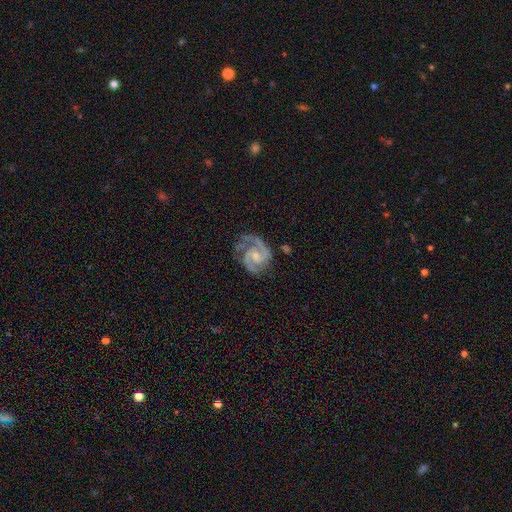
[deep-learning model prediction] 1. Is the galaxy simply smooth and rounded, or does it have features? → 90% featured or disk, 5% smooth, 4% star or artifact.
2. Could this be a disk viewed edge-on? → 98% no, 2% yes.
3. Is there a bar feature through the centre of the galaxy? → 49% no, 43% weak, 9% strong.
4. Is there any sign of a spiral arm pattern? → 98% yes, 2% no.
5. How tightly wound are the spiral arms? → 49% medium, 42% tight, 9% loose.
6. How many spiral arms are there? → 83% 2, 7% 3, 4% can't tell, 3% 1, 1% 4, 1% more than 4.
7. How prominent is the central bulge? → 44% small, 39% moderate, 13% none, 3% large, 1% dominant.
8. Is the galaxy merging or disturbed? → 63% none, 22% minor disturbance, 12% major disturbance, 2% merger.